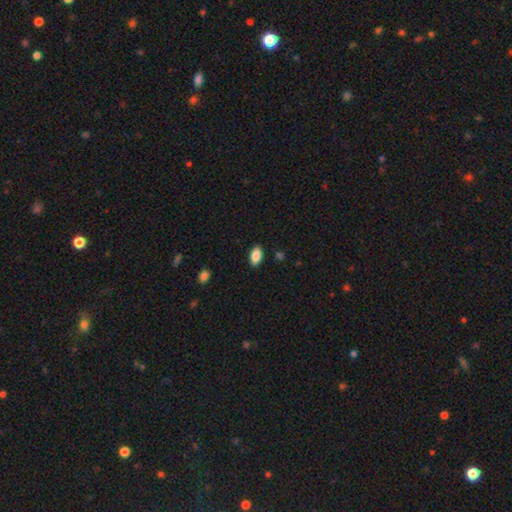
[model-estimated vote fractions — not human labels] Smooth or featured: smooth — 88% (star or artifact — 8%)
How rounded: in between — 93% (round — 5%)
Merging: none — 88% (minor disturbance — 9%)